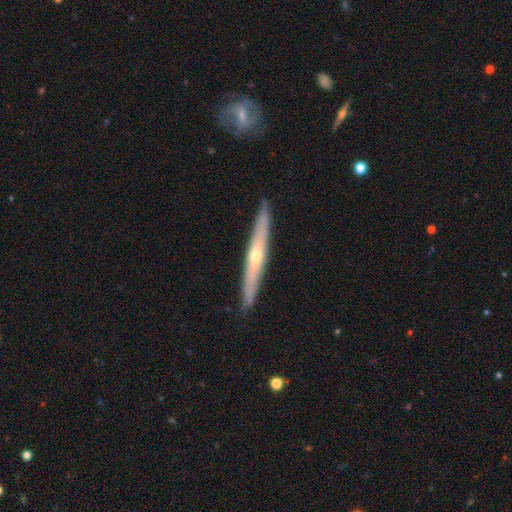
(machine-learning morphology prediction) Q: Smooth or featured?
A: featured or disk (69%); runner-up: smooth (25%)
Q: Edge-on disk?
A: yes (92%); runner-up: no (8%)
Q: Edge-on bulge?
A: rounded (76%); runner-up: none (22%)
Q: Merging?
A: none (90%); runner-up: minor disturbance (7%)